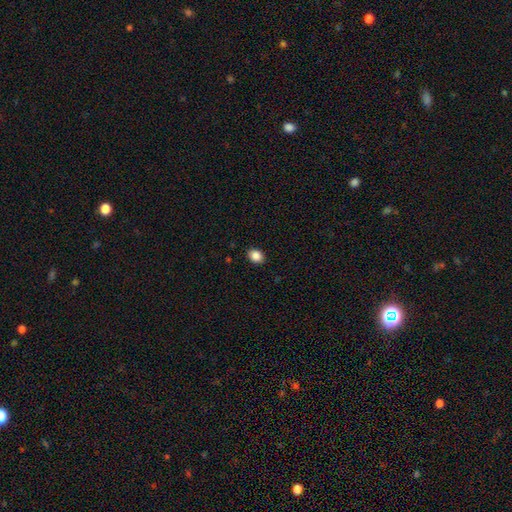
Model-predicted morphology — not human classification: The model was most divided on "how rounded": in between: 54%, round: 45%, cigar-shaped: 1%. More confident: merging — none (90%); smooth or featured — smooth (87%).